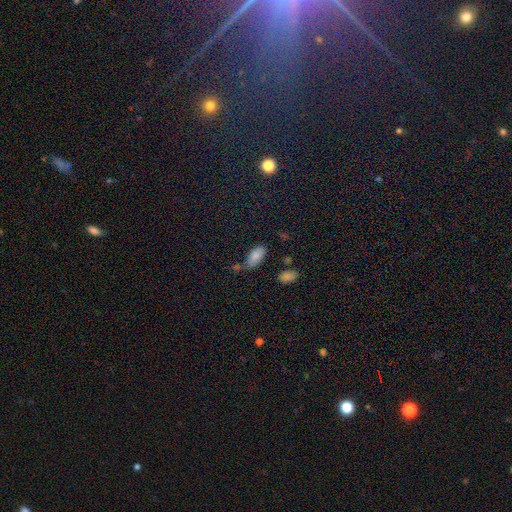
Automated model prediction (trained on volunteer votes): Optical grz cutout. It shows a smooth galaxy with no disk features (83%) that is in between round and cigar-shaped (92%). Merging: none (61%).